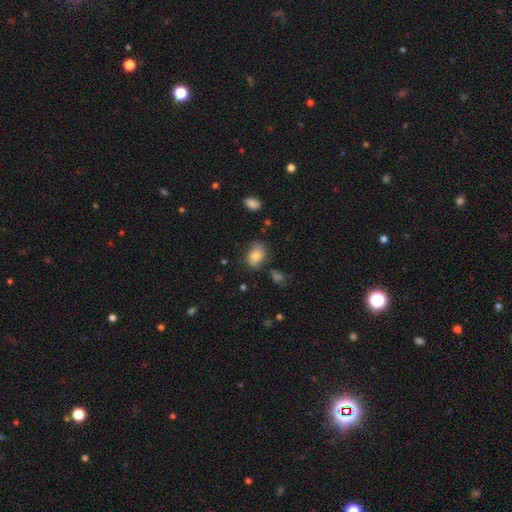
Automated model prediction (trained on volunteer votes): A smooth galaxy with no disk features (78%) that is in between round and cigar-shaped (76%). Merging: none (70%).